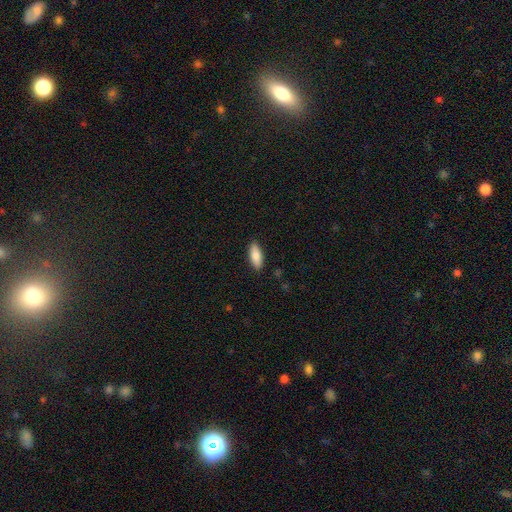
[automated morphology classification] A smooth galaxy with no disk features (84%) that is in between round and cigar-shaped (76%).

Vote fractions:
- Smooth or featured? smooth: 84% / featured or disk: 11% / star or artifact: 6%
- How rounded? in between: 76% / cigar-shaped: 22% / round: 2%
- Merging? none: 88% / minor disturbance: 9% / major disturbance: 2% / merger: 1%